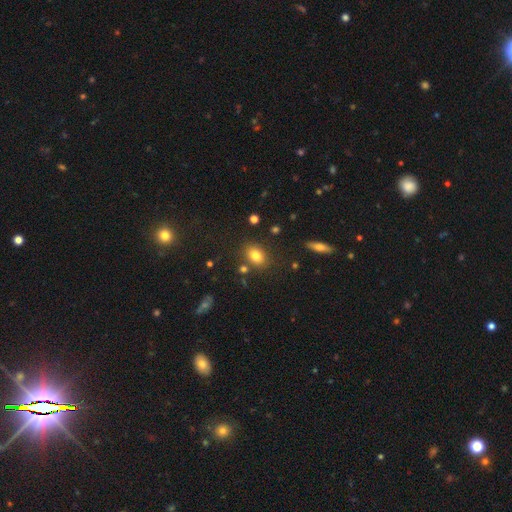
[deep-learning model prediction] The model was most divided on "how rounded": in between: 66%, round: 32%, cigar-shaped: 2%. More confident: merging — none (80%); smooth or featured — smooth (79%).